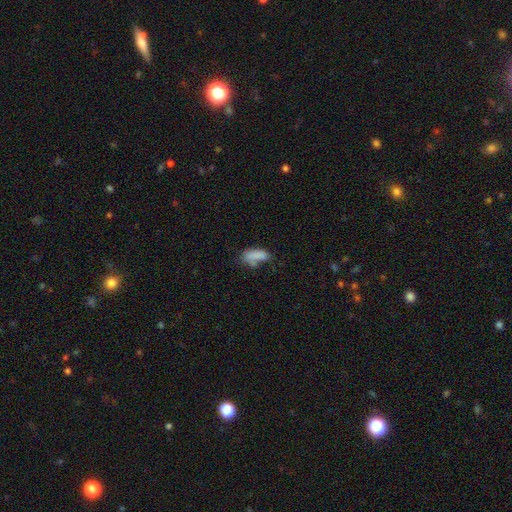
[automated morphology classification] Smooth or featured: smooth — 76% (featured or disk — 13%)
How rounded: in between — 84% (cigar-shaped — 13%)
Merging: none — 38% (minor disturbance — 28%)